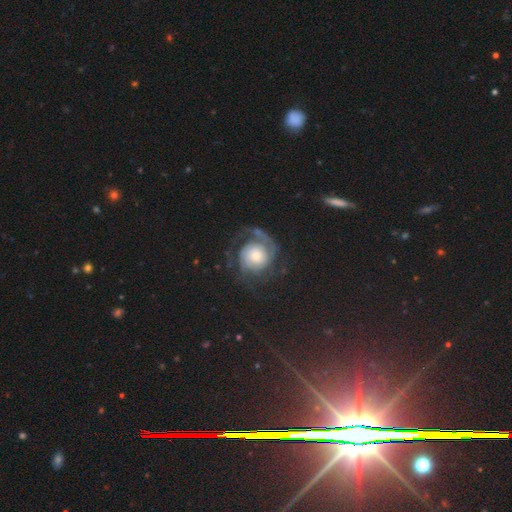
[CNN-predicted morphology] A featured or disk galaxy (80%) with no bar (79%), 2 (49%) tight (49%) spiral arms (95%) and a small central bulge (36%). Merging: none (64%).